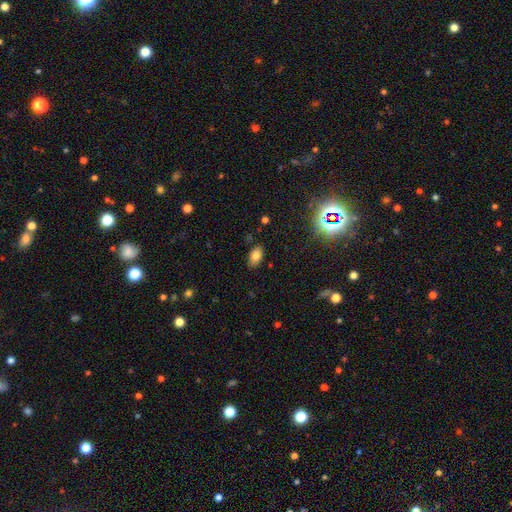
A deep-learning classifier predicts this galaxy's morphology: smooth-or-featured: smooth: 78% | star or artifact: 12% | featured or disk: 11%
  how-rounded: in between: 91% | round: 8% | cigar-shaped: 2%
  merging: none: 85% | minor disturbance: 11% | major disturbance: 2% | merger: 2%